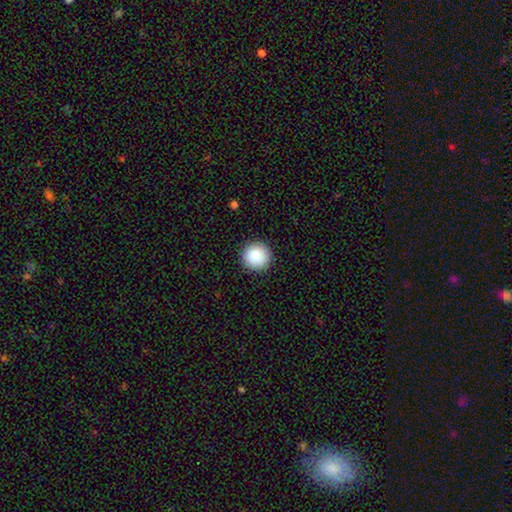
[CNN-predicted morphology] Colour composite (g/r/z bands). It shows a smooth galaxy with no disk features (88%) that is round (96%). Merging: none (92%).